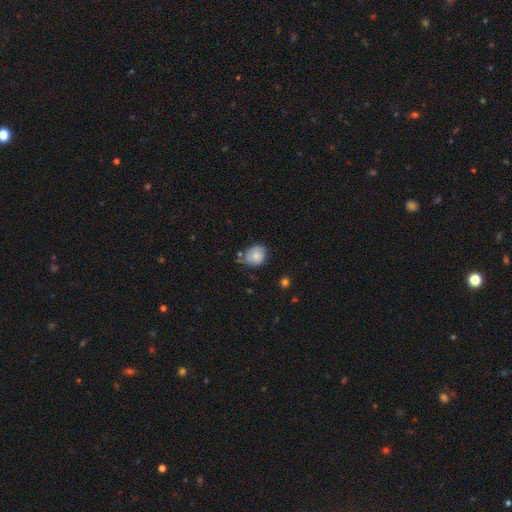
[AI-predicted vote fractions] smooth_or_featured: smooth (p=0.80) [alt: featured or disk p=0.12]
how_rounded: round (p=0.63) [alt: in between p=0.36]
merging: none (p=0.56) [alt: minor disturbance p=0.30]